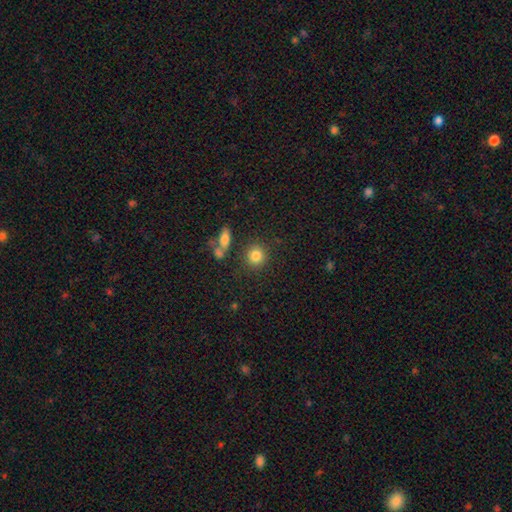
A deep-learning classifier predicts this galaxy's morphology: Smooth or featured? smooth (83%)
How rounded? round (87%)
Merging? none (81%)